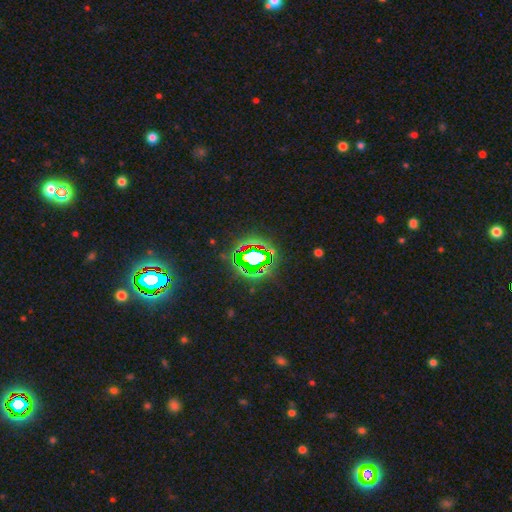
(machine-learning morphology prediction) The model was most divided on "smooth or featured": star or artifact: 76%, smooth: 13%, featured or disk: 11%.